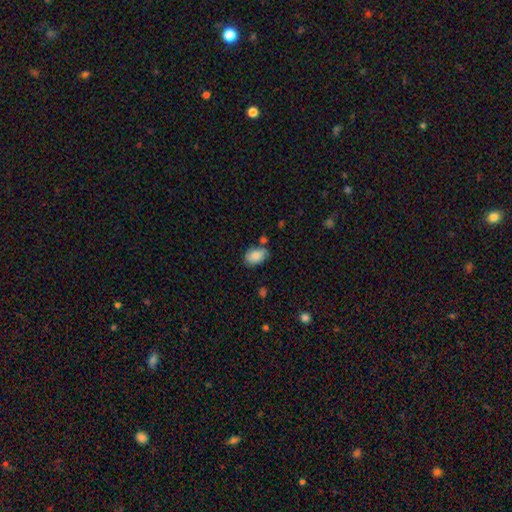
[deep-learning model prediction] A smooth galaxy with no disk features (85%) that is in between round and cigar-shaped (89%).

Vote fractions:
- Smooth or featured? smooth: 85% / featured or disk: 8% / star or artifact: 7%
- How rounded? in between: 89% / round: 10% / cigar-shaped: 1%
- Merging? none: 66% / minor disturbance: 22% / merger: 8% / major disturbance: 4%